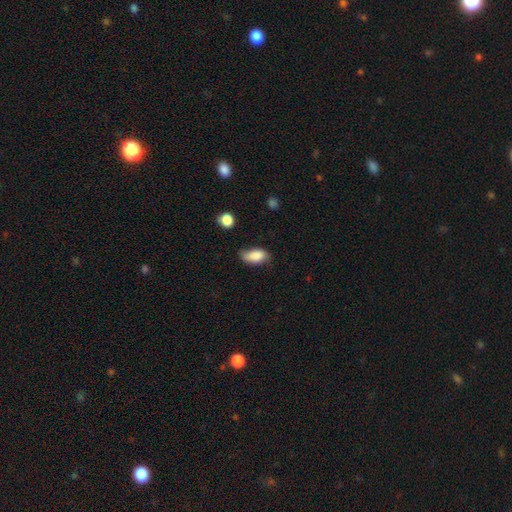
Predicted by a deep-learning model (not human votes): This is clearly a smooth galaxy (82%). How rounded: clearly in between (91%). Merging: possibly none (55%).